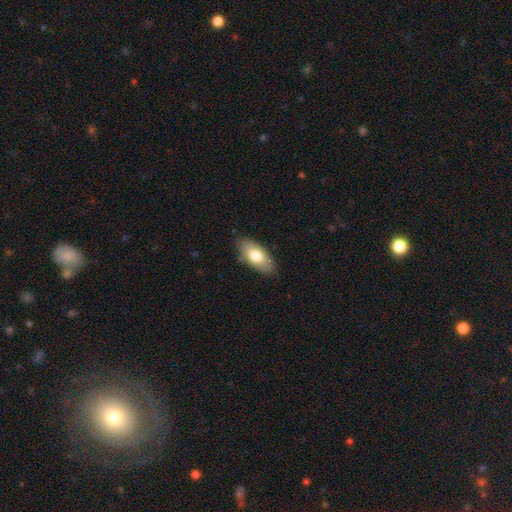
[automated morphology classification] Smooth or featured?
  - smooth: 75% *
  - featured or disk: 19%
  - star or artifact: 6%
How rounded?
  - in between: 90% *
  - cigar-shaped: 7%
  - round: 3%
Merging?
  - none: 84% *
  - minor disturbance: 12%
  - major disturbance: 2%
  - merger: 1%